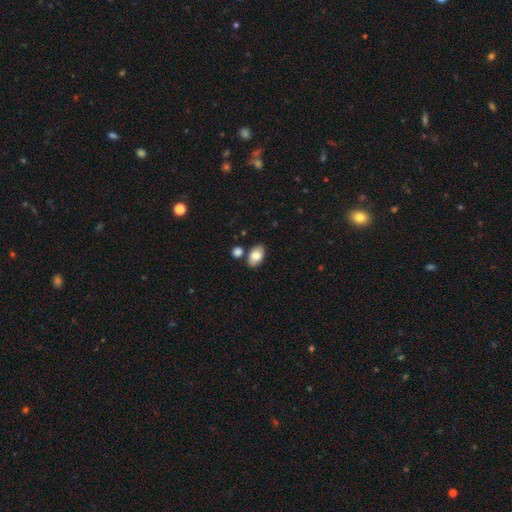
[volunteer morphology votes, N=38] Smooth or featured: smooth — 82% (featured or disk — 11%)
How rounded: in between — 90% (round — 10%)
Merging: none — 71% (merger — 17%)